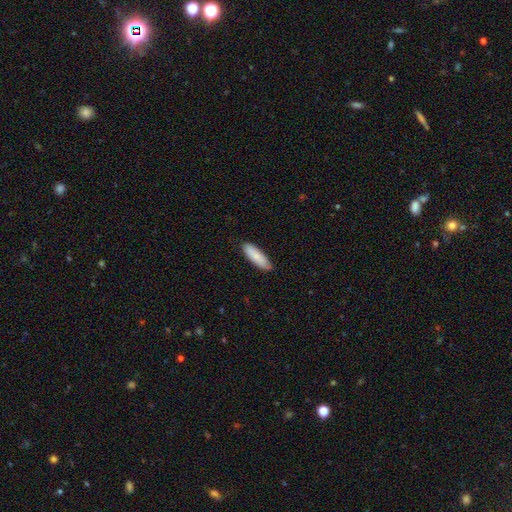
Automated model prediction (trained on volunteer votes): A smooth galaxy with no disk features (84%) that is in between round and cigar-shaped (51%).

Vote fractions:
- Smooth or featured? smooth: 84% / featured or disk: 11% / star or artifact: 5%
- How rounded? in between: 51% / cigar-shaped: 48% / round: 2%
- Merging? none: 85% / minor disturbance: 12% / major disturbance: 2% / merger: 1%